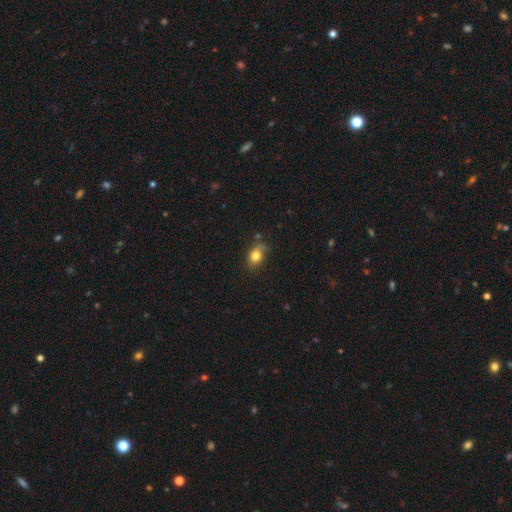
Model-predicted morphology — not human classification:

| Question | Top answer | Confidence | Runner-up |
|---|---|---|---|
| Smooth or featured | smooth | 81% | star or artifact (10%) |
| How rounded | in between | 68% | round (30%) |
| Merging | none | 65% | minor disturbance (25%) |